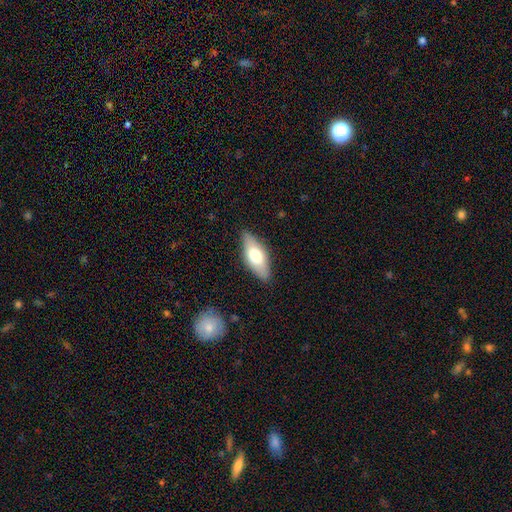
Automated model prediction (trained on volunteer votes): Morphology: type=smooth (63%); roundness=in between (77%); merging=none (84%).